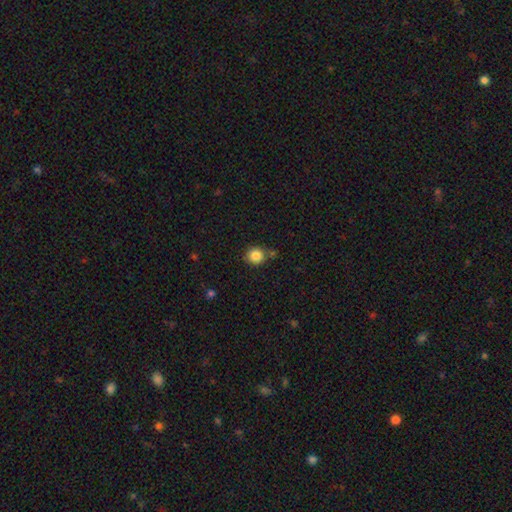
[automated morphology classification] Smooth or featured? Predicted: smooth (p=0.85). How rounded? Predicted: round (p=0.87). Merging? Predicted: none (p=0.76).